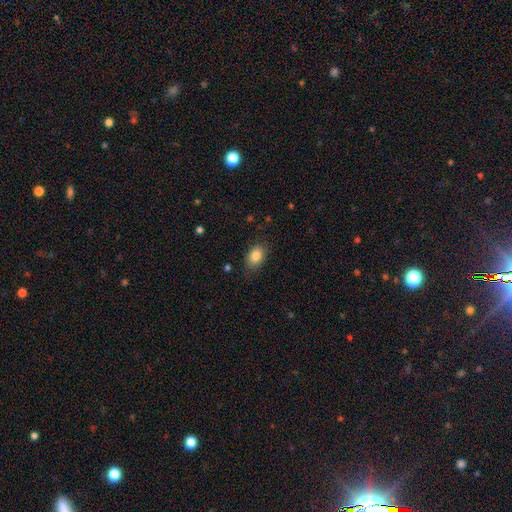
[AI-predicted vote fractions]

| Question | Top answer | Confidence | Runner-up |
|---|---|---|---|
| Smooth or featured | smooth | 85% | star or artifact (8%) |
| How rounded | in between | 83% | round (15%) |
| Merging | none | 81% | minor disturbance (14%) |